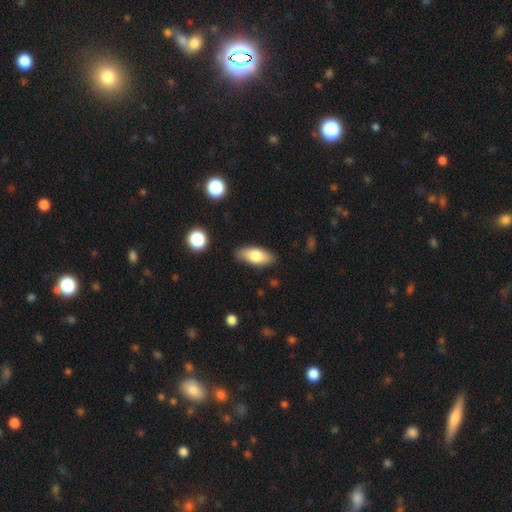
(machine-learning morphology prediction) A smooth galaxy with no disk features (76%) that is in between round and cigar-shaped (85%). Merging: none (83%).